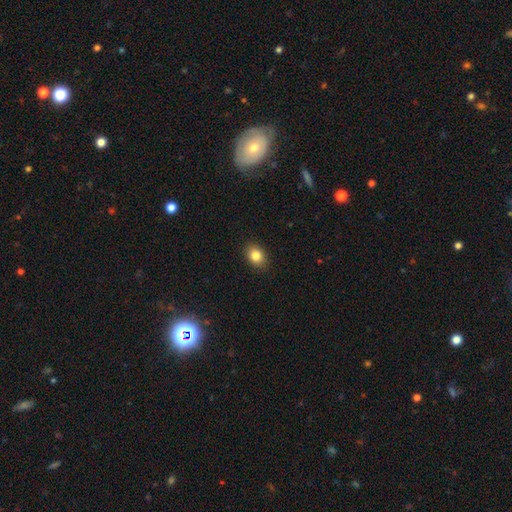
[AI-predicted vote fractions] smooth 84%, star or artifact 9%, featured or disk 7%. Down the decision tree: how rounded — in between (66%); merging — none (89%).